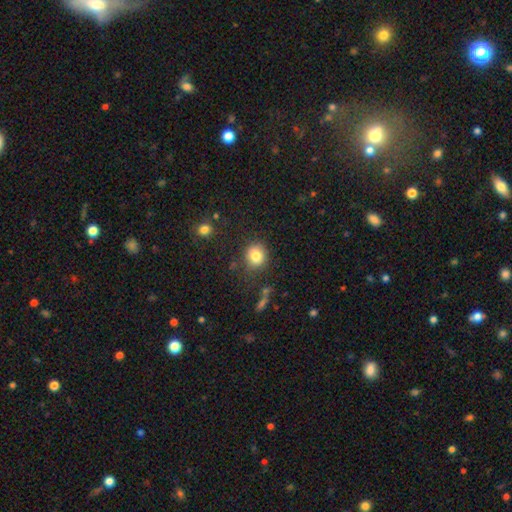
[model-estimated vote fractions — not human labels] Smooth or featured? smooth (82%)
How rounded? round (78%)
Merging? none (81%)